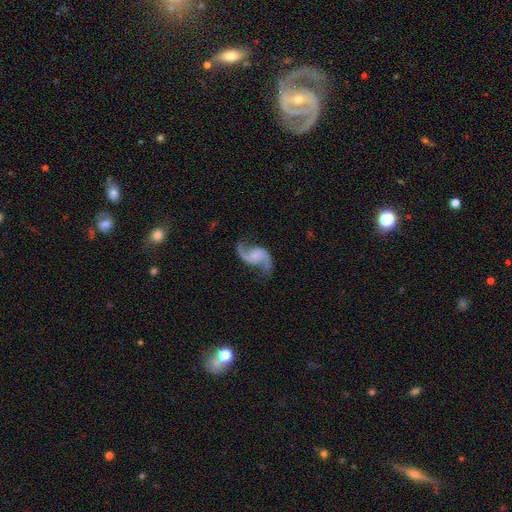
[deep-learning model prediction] Smooth or featured? Predicted: featured or disk (p=0.90). Edge-on disk? Predicted: no (p=0.98). Bar? Predicted: no (p=0.58). Spiral arms? Predicted: yes (p=0.97). Spiral winding? Predicted: loose (p=0.71). Spiral arm count? Predicted: 2 (p=0.94). Bulge size? Predicted: small (p=0.55). Merging? Predicted: none (p=0.74).